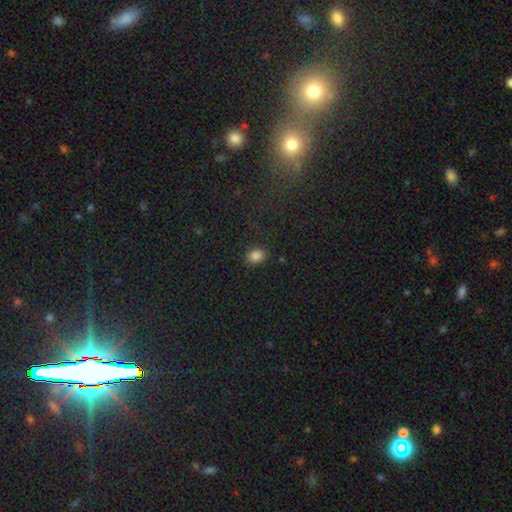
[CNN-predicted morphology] Q: Smooth or featured?
A: smooth (83%); runner-up: star or artifact (12%)
Q: How rounded?
A: in between (61%); runner-up: round (37%)
Q: Merging?
A: none (84%); runner-up: minor disturbance (11%)